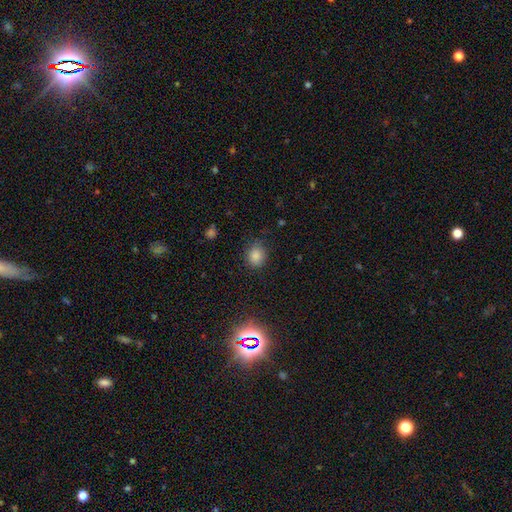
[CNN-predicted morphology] Overall: smooth (83%). How rounded: round (66%; in between 33%). Merging: none (79%).